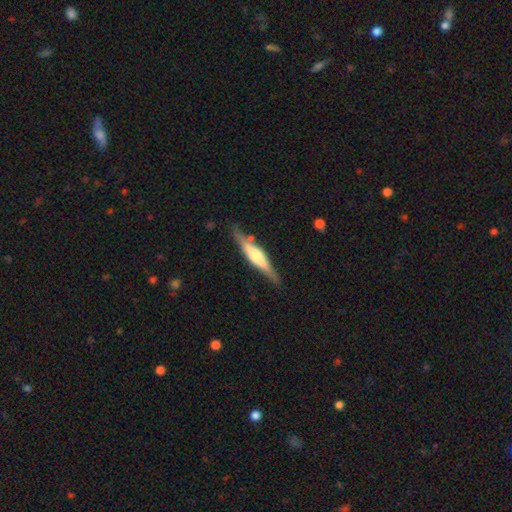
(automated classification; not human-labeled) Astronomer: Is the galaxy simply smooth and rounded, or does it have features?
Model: featured or disk — 69%.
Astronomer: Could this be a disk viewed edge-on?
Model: yes — 96%.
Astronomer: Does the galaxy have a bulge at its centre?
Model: rounded — 74%.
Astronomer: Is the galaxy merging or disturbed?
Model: none — 83%.